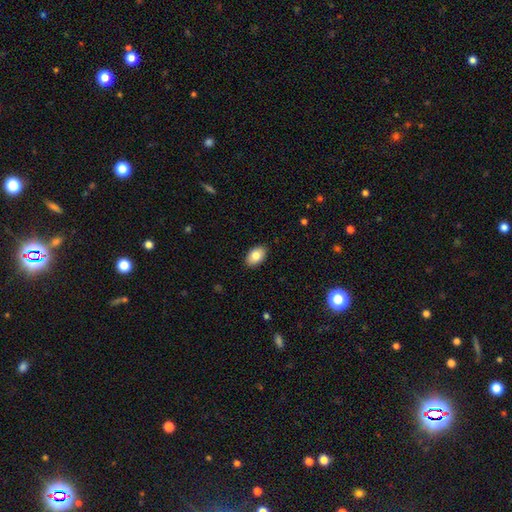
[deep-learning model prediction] smooth-or-featured: smooth: 84% | featured or disk: 9% | star or artifact: 7%
  how-rounded: in between: 90% | round: 9% | cigar-shaped: 1%
  merging: none: 89% | minor disturbance: 8% | major disturbance: 2% | merger: 1%